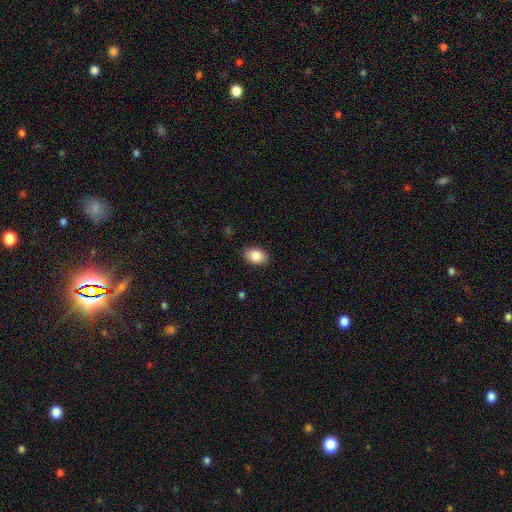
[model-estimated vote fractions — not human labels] Smooth or featured? Predicted: smooth (p=0.86). How rounded? Predicted: in between (p=0.83). Merging? Predicted: none (p=0.88).